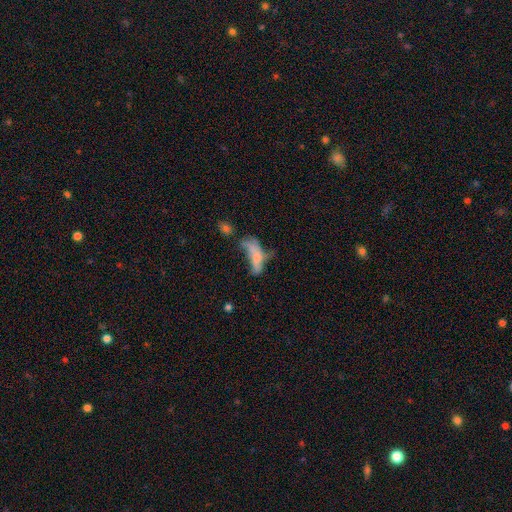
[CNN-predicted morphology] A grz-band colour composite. It shows a smooth galaxy with no disk features (49%). Merging: major disturbance (36%).